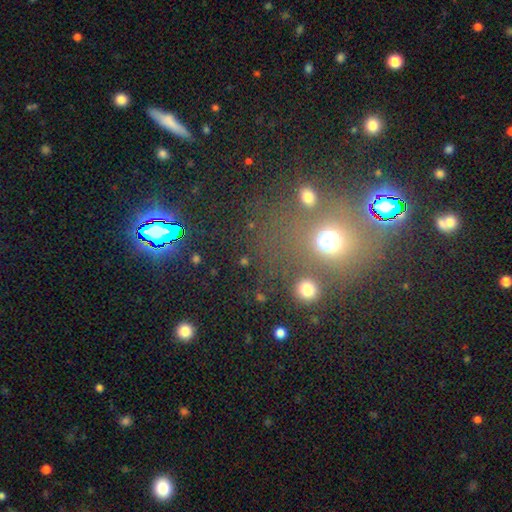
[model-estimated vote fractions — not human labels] A star or artifact, not a galaxy (48%).